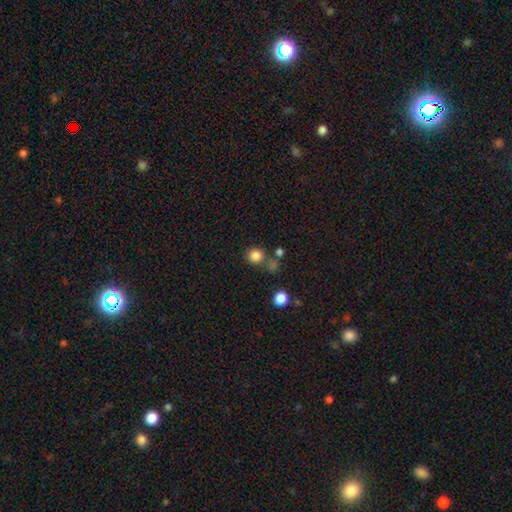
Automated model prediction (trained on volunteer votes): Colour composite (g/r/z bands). It shows a smooth galaxy with no disk features (82%) that is round (90%). Merging: none (69%).